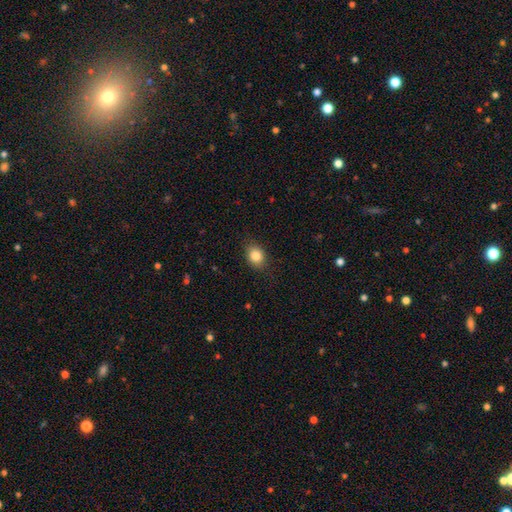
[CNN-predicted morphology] smooth-or-featured: smooth: 85% | star or artifact: 9% | featured or disk: 6%
  how-rounded: in between: 51% | round: 48% | cigar-shaped: 1%
  merging: none: 83% | minor disturbance: 13% | major disturbance: 3% | merger: 1%